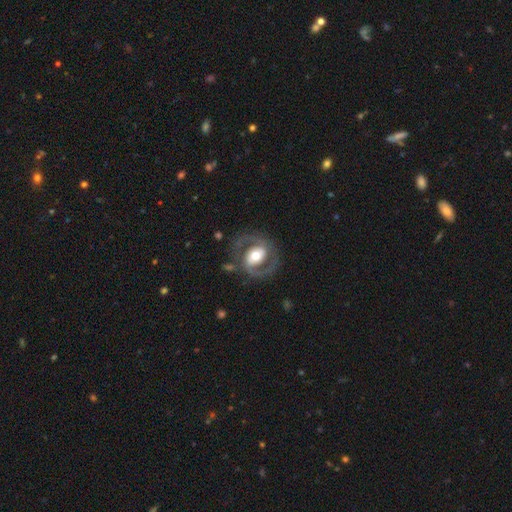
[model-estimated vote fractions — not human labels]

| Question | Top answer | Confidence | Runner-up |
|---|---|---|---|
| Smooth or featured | featured or disk | 78% | smooth (17%) |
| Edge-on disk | no | 97% | yes (3%) |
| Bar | no | 40% | weak (33%) |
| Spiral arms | yes | 81% | no (19%) |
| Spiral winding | medium | 52% | tight (29%) |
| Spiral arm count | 2 | 88% | can't tell (5%) |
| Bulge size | moderate | 61% | large (27%) |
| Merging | none | 75% | minor disturbance (13%) |